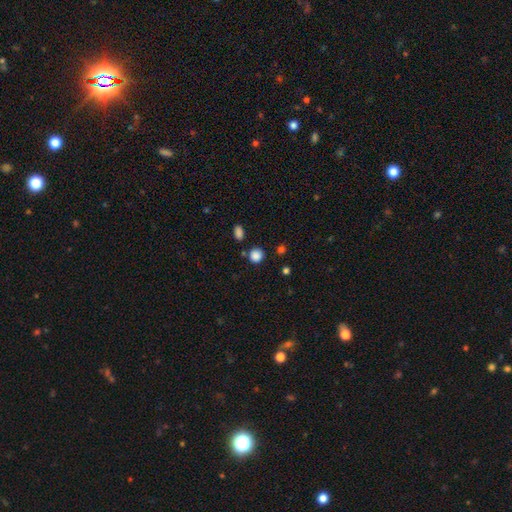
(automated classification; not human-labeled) Overall: smooth (86%). How rounded: round (87%). Merging: none (82%).